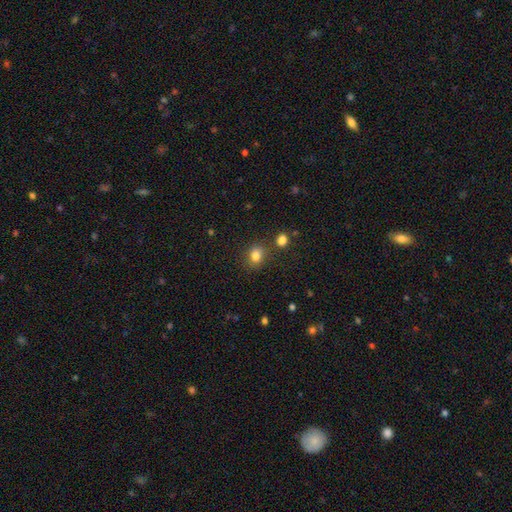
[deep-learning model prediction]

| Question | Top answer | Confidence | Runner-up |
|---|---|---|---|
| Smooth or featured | smooth | 82% | star or artifact (12%) |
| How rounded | round | 59% | in between (40%) |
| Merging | none | 78% | minor disturbance (11%) |